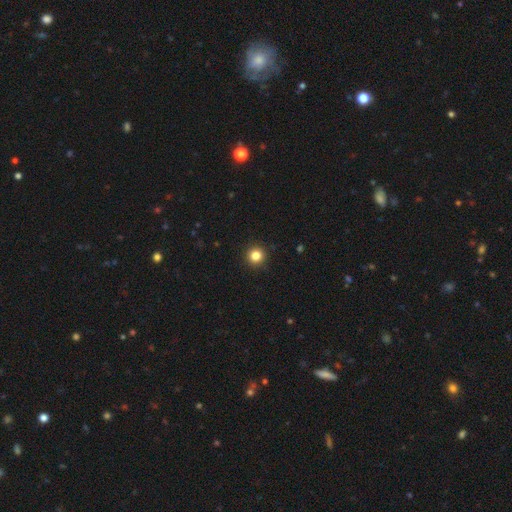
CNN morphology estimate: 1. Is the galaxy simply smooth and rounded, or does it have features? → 84% smooth, 12% star or artifact, 4% featured or disk.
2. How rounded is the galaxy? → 96% round, 3% in between, 1% cigar-shaped.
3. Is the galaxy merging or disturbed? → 93% none, 4% minor disturbance, 1% major disturbance, 1% merger.